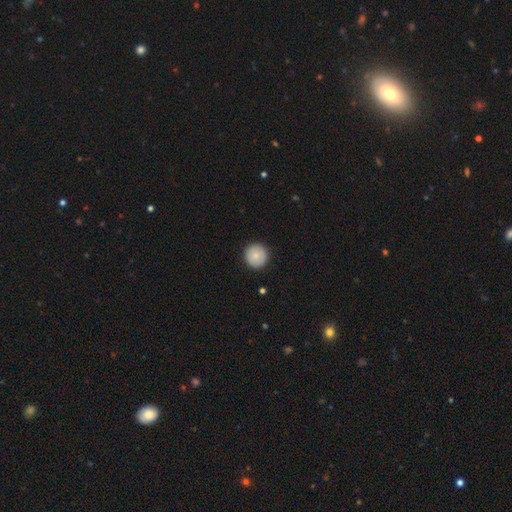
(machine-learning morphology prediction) A smooth galaxy with no disk features (83%) that is round (96%).

Vote fractions:
- Smooth or featured? smooth: 83% / featured or disk: 10% / star or artifact: 7%
- How rounded? round: 96% / in between: 3% / cigar-shaped: 1%
- Merging? none: 92% / minor disturbance: 5% / major disturbance: 2% / merger: 1%